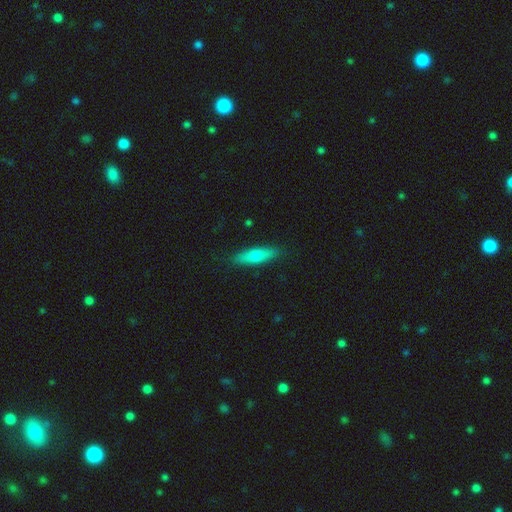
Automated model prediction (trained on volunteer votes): A smooth galaxy with no disk features (63%) that is cigar-shaped (60%).

Vote fractions:
- Smooth or featured? smooth: 63% / featured or disk: 31% / star or artifact: 6%
- How rounded? cigar-shaped: 60% / in between: 37% / round: 3%
- Merging? none: 87% / minor disturbance: 10% / major disturbance: 2% / merger: 1%